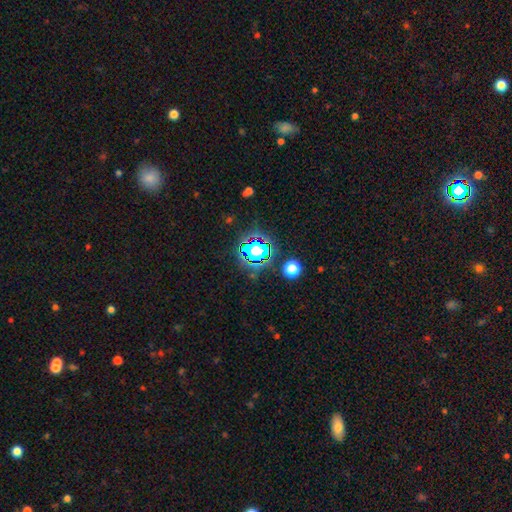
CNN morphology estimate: Smooth or featured? Predicted: star or artifact (p=0.72).